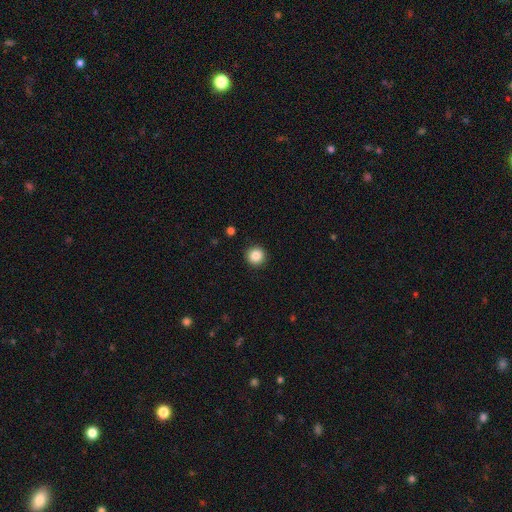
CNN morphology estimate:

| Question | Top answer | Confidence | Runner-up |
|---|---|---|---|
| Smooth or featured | smooth | 86% | star or artifact (10%) |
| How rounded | round | 95% | in between (4%) |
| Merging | none | 92% | minor disturbance (5%) |